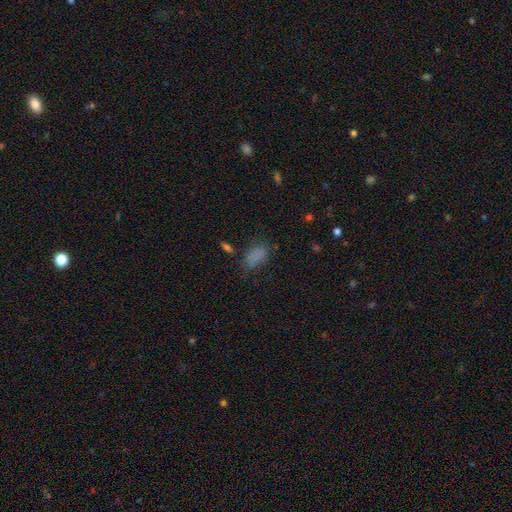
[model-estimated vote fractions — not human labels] smooth 80%, star or artifact 13%, featured or disk 8%. Down the decision tree: how rounded — in between (89%); merging — none (61%).